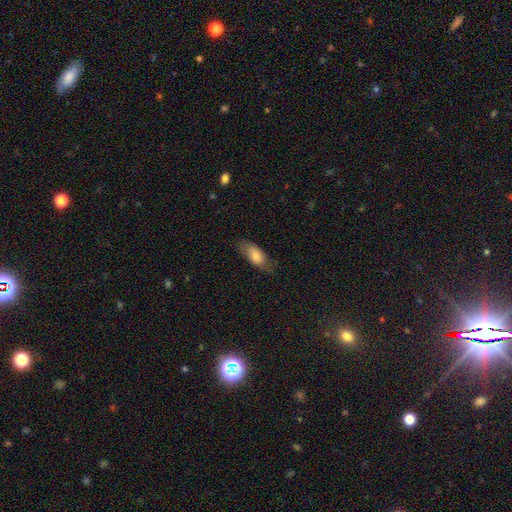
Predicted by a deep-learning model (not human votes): Smooth or featured? Predicted: smooth (p=0.77). How rounded? Predicted: in between (p=0.83). Merging? Predicted: none (p=0.72).